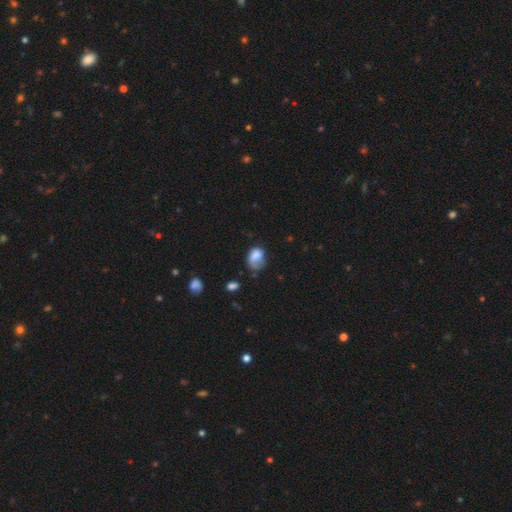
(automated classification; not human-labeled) Overall: smooth (72%). How rounded: in between (68%; round 31%). Merging: minor disturbance (34%; none 32%).